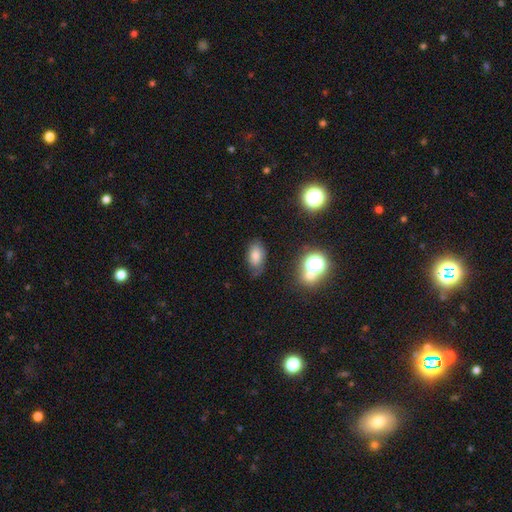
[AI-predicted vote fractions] This appears to be a smooth galaxy with no disk features (76%) that is in between round and cigar-shaped (89%). Merging: none (69%).